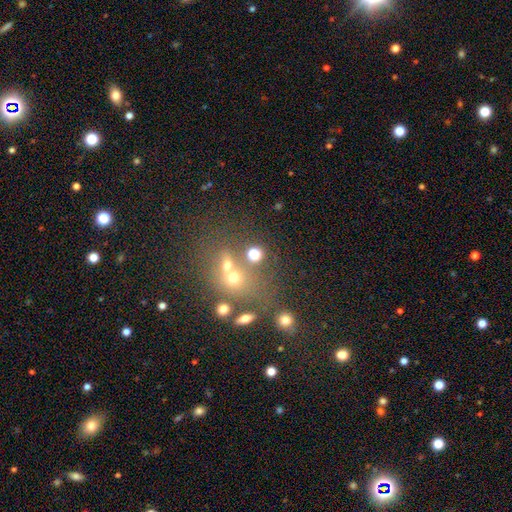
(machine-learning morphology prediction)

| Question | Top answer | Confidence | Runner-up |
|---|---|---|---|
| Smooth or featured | smooth | 64% | star or artifact (23%) |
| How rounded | round | 79% | in between (19%) |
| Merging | none | 57% | merger (28%) |